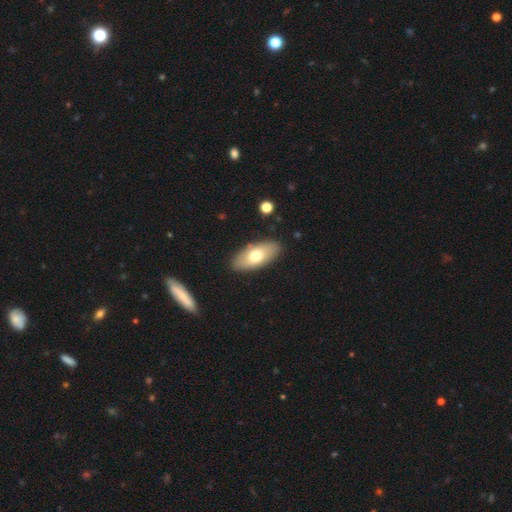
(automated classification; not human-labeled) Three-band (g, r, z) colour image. It shows a smooth galaxy with no disk features (68%) that is in between round and cigar-shaped (90%). Merging: none (87%).